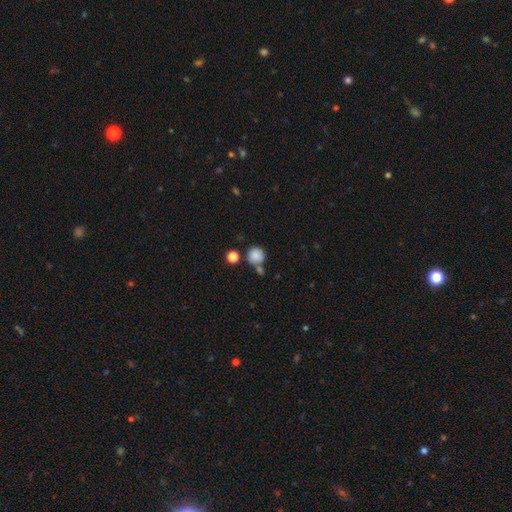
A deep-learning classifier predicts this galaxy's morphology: smooth 84%, star or artifact 10%, featured or disk 6%. Down the decision tree: how rounded — round (89%); merging — none (59%).